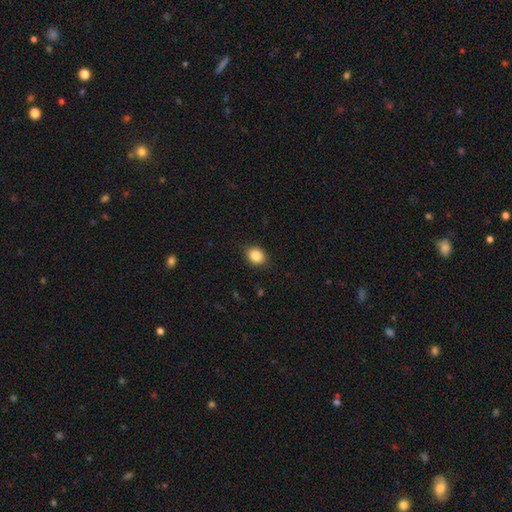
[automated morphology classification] Overall: smooth (85%). How rounded: round (51%; in between 48%). Merging: none (87%).